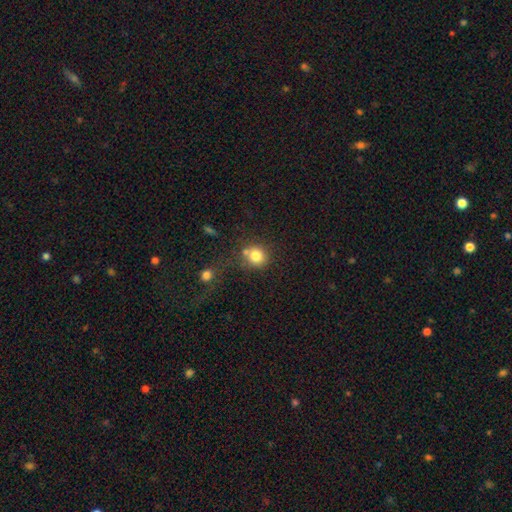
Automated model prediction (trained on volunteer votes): This appears to be a smooth galaxy with no disk features (80%) that is round (86%). Merging: none (62%).